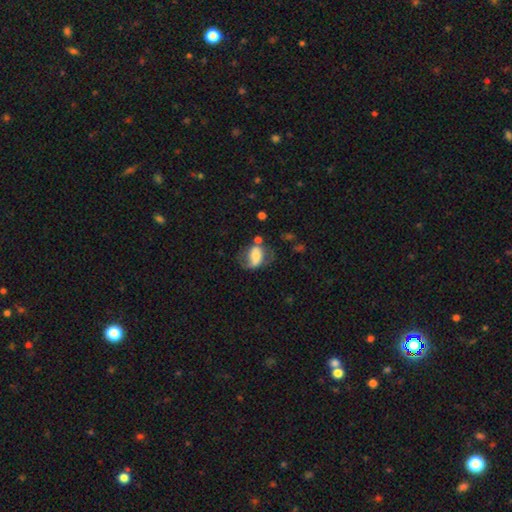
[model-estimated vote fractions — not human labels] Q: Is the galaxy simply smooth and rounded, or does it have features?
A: smooth — 50%.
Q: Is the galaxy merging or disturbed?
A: none — 35%.